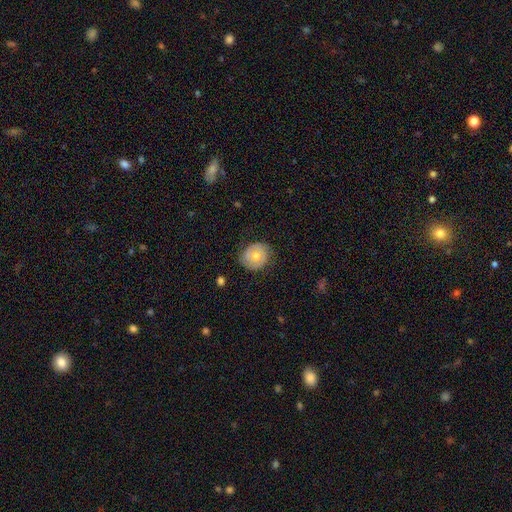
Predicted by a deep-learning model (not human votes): Morphology: type=featured or disk (51%); edge-on=no (97%); merging=none (76%).